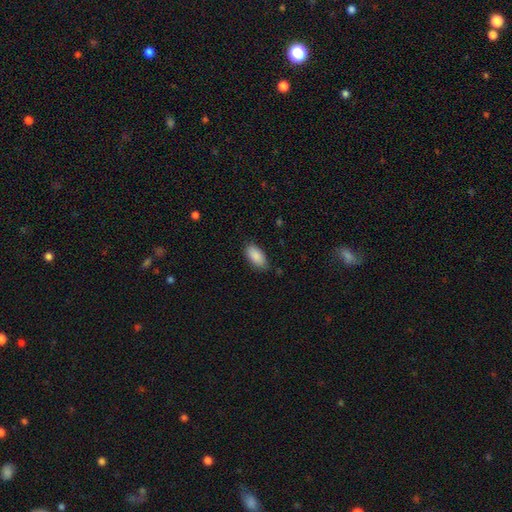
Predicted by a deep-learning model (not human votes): Smooth or featured? smooth (89%)
How rounded? in between (92%)
Merging? none (83%)